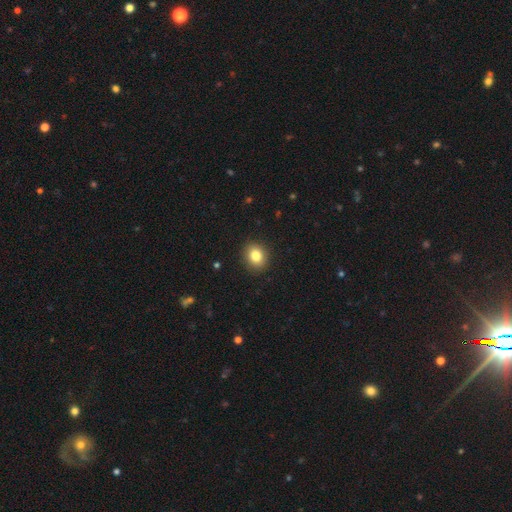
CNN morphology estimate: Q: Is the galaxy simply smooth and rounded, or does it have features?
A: smooth — 83%.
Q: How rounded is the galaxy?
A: round — 65%.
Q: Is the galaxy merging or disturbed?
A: none — 90%.